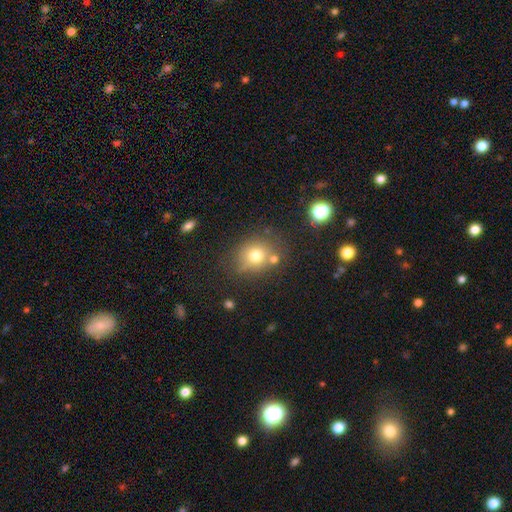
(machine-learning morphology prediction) Smooth or featured?
  - smooth: 73% *
  - star or artifact: 15%
  - featured or disk: 13%
How rounded?
  - round: 71% *
  - in between: 28%
  - cigar-shaped: 1%
Merging?
  - none: 66% *
  - minor disturbance: 15%
  - merger: 13%
  - major disturbance: 6%